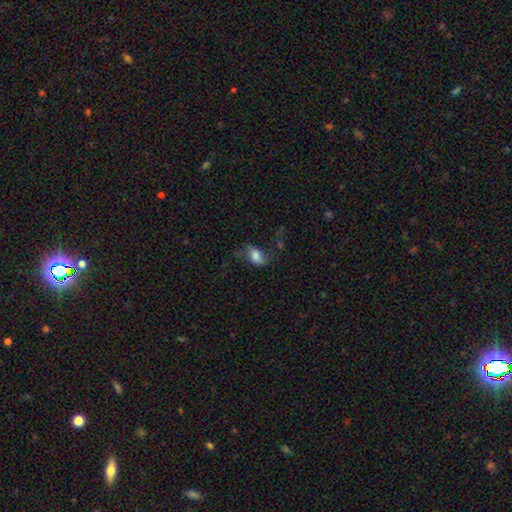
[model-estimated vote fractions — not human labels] smooth 75%, featured or disk 16%, star or artifact 10%. Down the decision tree: how rounded — in between (87%); merging — none (51%).